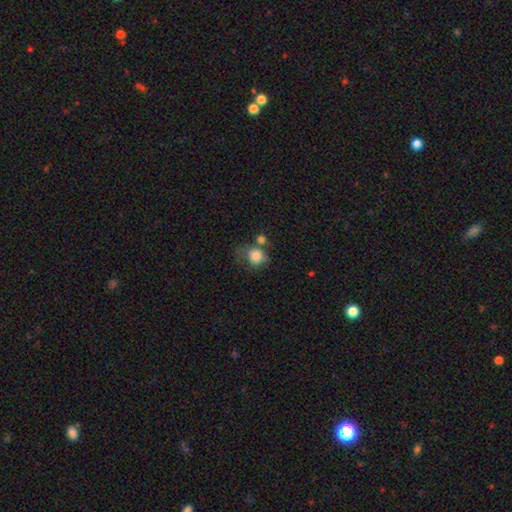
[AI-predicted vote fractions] Overall: smooth (80%). How rounded: round (75%). Merging: none (38%; merger 24%).